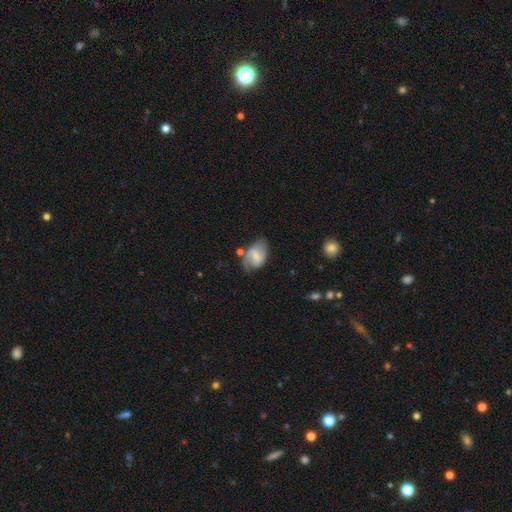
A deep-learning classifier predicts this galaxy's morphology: A featured or disk galaxy (65%) with a weak bar (50%), 2 (81%) medium (45%) spiral arms (88%) and a small central bulge (57%).

Vote fractions:
- Smooth or featured? featured or disk: 65% / smooth: 28% / star or artifact: 7%
- Edge-on disk? no: 97% / yes: 3%
- Bar? weak: 50% / no: 32% / strong: 18%
- Spiral arms? yes: 88% / no: 12%
- Spiral winding? medium: 45% / loose: 32% / tight: 23%
- Spiral arm count? 2: 81% / can't tell: 10% / 1: 5% / 3: 2% / 4: 1% / more than 4: 1%
- Bulge size? small: 57% / moderate: 33% / none: 7% / large: 2% / dominant: 1%
- Merging? none: 61% / minor disturbance: 24% / major disturbance: 9% / merger: 6%